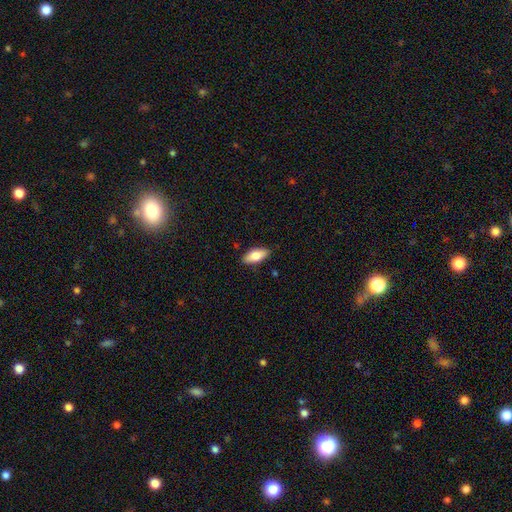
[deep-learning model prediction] Smooth or featured? smooth (77%)
How rounded? in between (85%)
Merging? none (88%)